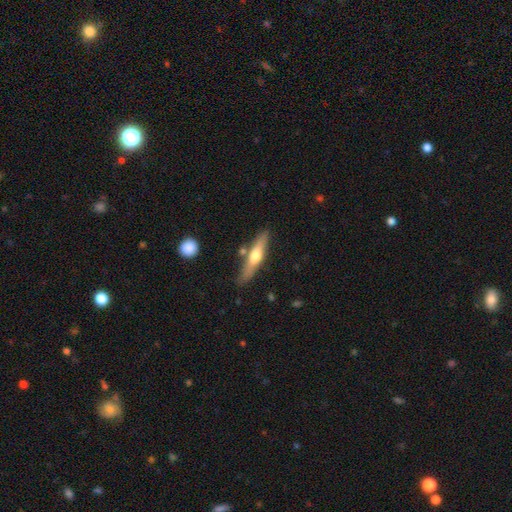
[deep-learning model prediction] This appears to be a featured or disk galaxy (53%) viewed edge-on (92%). Merging: none (77%).